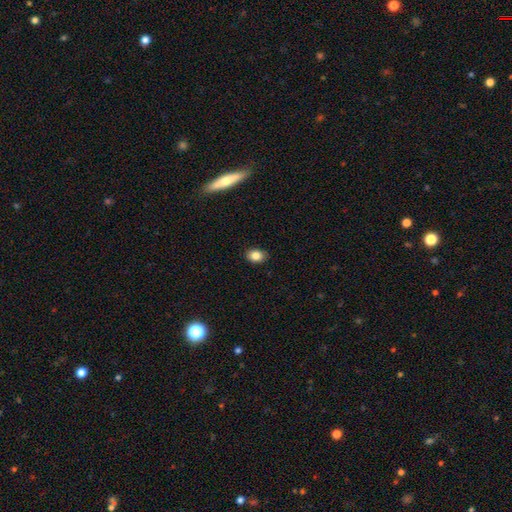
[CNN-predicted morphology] smooth-or-featured: smooth: 84% | star or artifact: 10% | featured or disk: 7%
  how-rounded: in between: 71% | round: 28% | cigar-shaped: 1%
  merging: none: 88% | minor disturbance: 9% | major disturbance: 2% | merger: 1%